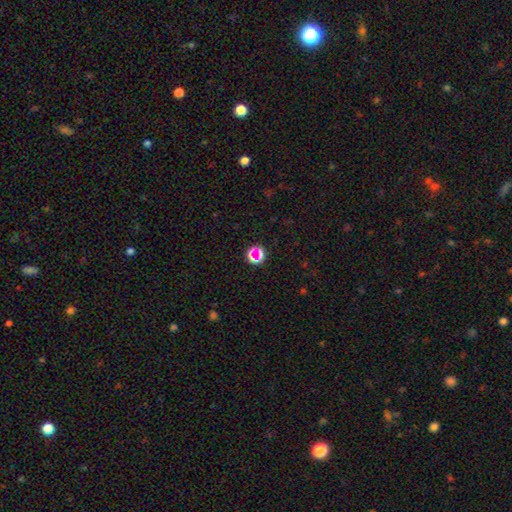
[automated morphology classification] Q: Smooth or featured?
A: star or artifact (49%); runner-up: smooth (39%)